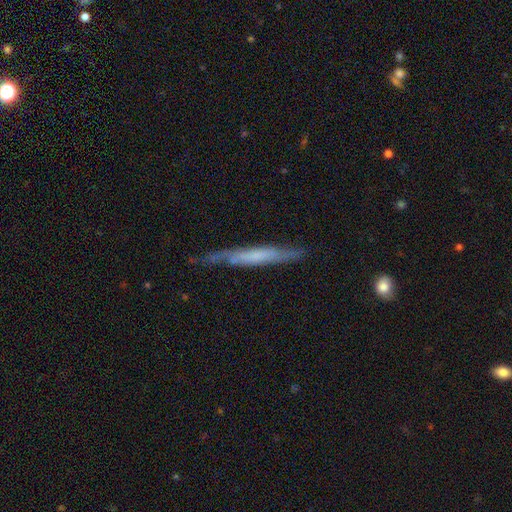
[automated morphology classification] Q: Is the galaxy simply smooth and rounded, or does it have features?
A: featured or disk — 56%.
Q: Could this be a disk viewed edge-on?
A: yes — 84%.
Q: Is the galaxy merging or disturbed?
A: none — 69%.